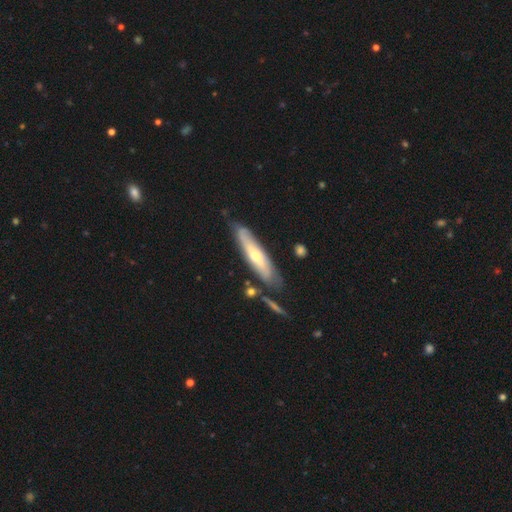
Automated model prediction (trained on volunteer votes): The model was most divided on "edge-on disk": yes: 57%, no: 43%. More confident: merging — none (71%); smooth or featured — featured or disk (56%).